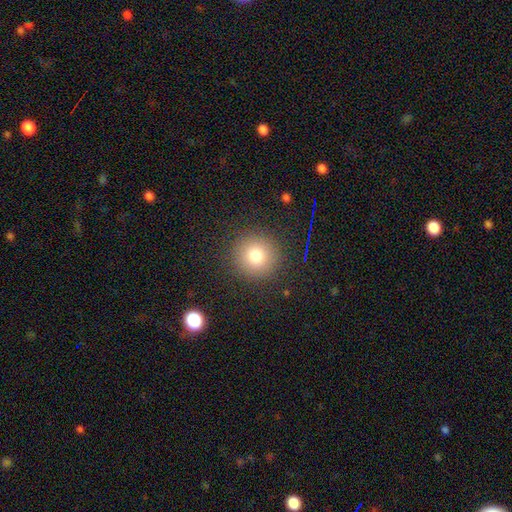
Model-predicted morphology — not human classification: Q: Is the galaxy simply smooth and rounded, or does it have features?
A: smooth — 78%.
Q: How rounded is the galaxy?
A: round — 94%.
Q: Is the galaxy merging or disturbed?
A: none — 90%.